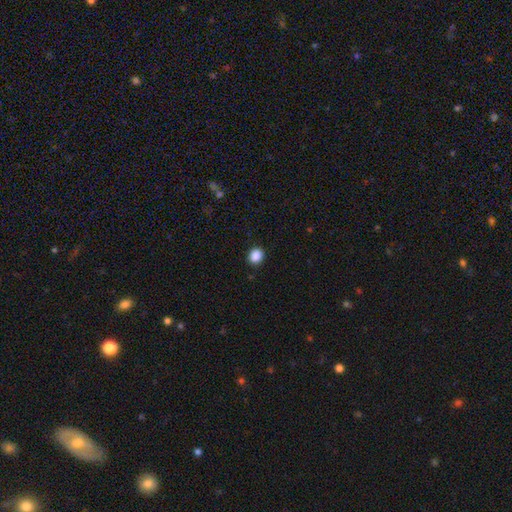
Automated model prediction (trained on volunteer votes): Smooth or featured? Predicted: smooth (p=0.88). How rounded? Predicted: round (p=0.73). Merging? Predicted: none (p=0.90).